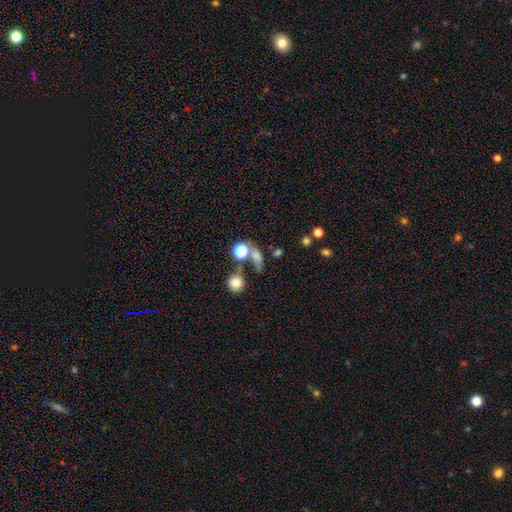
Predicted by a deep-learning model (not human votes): This appears to be a smooth galaxy with no disk features (66%) that is in between round and cigar-shaped (47%). Merging: none (44%).